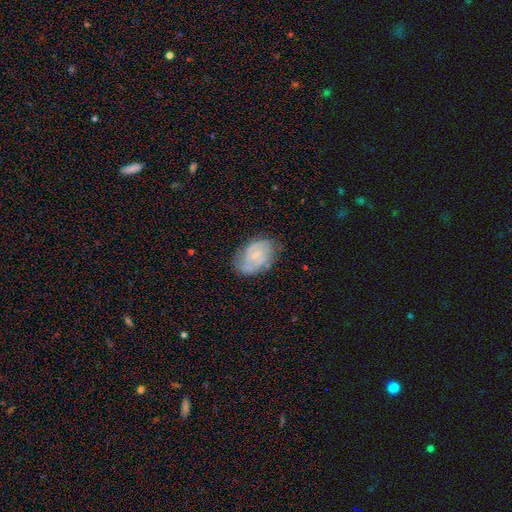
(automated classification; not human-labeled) Smooth or featured? featured or disk (76%)
Edge-on disk? no (97%)
Bar? no (56%)
Spiral arms? yes (92%)
Spiral winding? tight (50%)
Spiral arm count? 2 (58%)
Bulge size? small (73%)
Merging? none (72%)